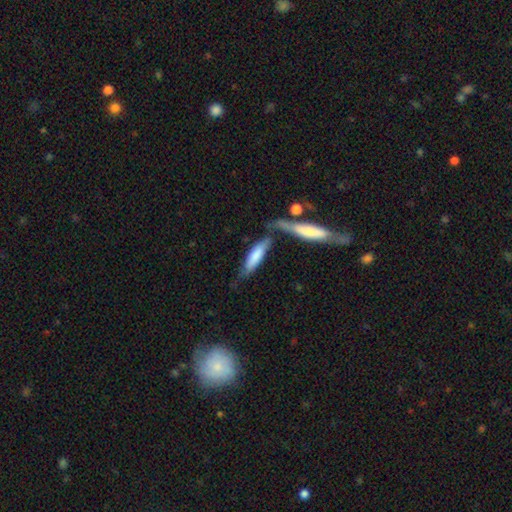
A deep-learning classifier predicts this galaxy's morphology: The model was most divided on "merging": none: 45%, merger: 26%, minor disturbance: 20%, major disturbance: 8%. More confident: smooth or featured — smooth (70%); how rounded — cigar-shaped (67%).